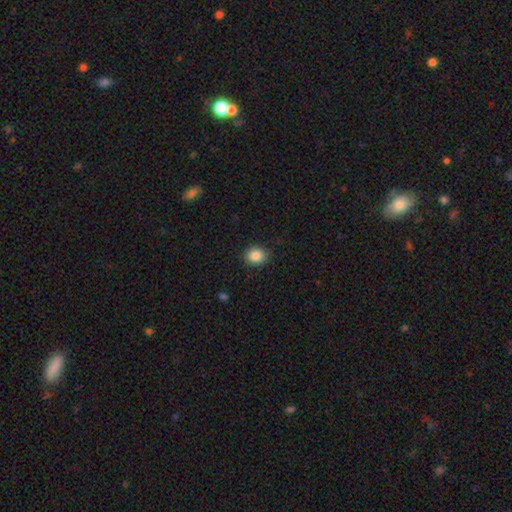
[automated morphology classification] This is clearly a smooth galaxy (86%). How rounded: likely round (66%). Merging: clearly none (89%).